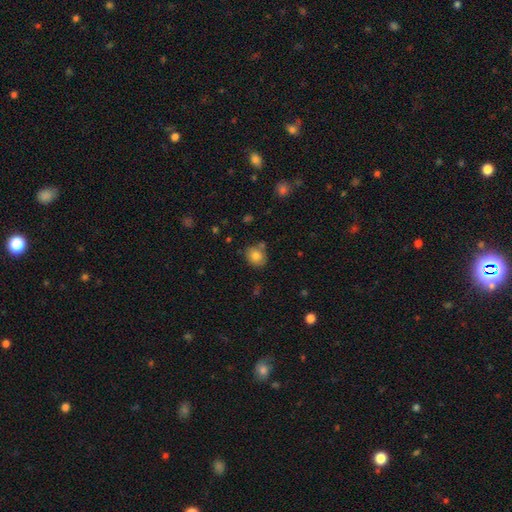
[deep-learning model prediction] Q: Smooth or featured?
A: smooth (81%); runner-up: star or artifact (10%)
Q: How rounded?
A: round (76%); runner-up: in between (23%)
Q: Merging?
A: none (72%); runner-up: minor disturbance (16%)